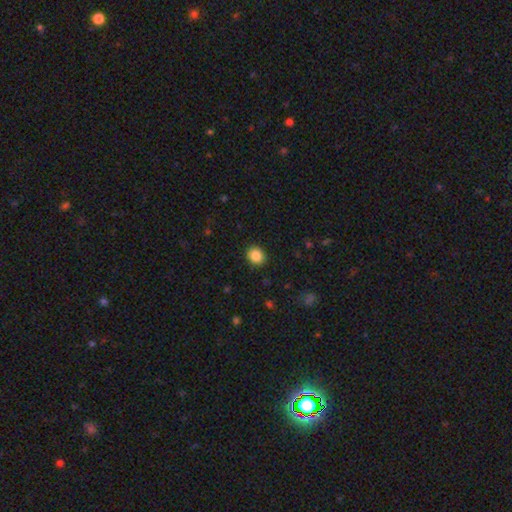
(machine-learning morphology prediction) A smooth galaxy with no disk features (86%) that is round (75%).

Vote fractions:
- Smooth or featured? smooth: 86% / star or artifact: 10% / featured or disk: 4%
- How rounded? round: 75% / in between: 24% / cigar-shaped: 1%
- Merging? none: 90% / minor disturbance: 7% / major disturbance: 2% / merger: 1%